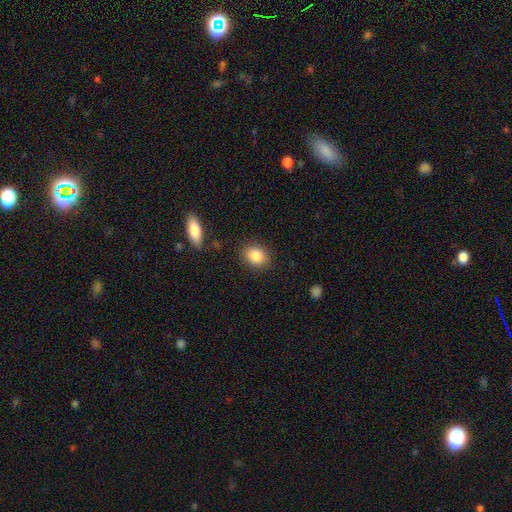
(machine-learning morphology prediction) smooth-or-featured: smooth: 86% | star or artifact: 8% | featured or disk: 6%
  how-rounded: round: 50% | in between: 49% | cigar-shaped: 1%
  merging: none: 86% | minor disturbance: 9% | major disturbance: 3% | merger: 2%